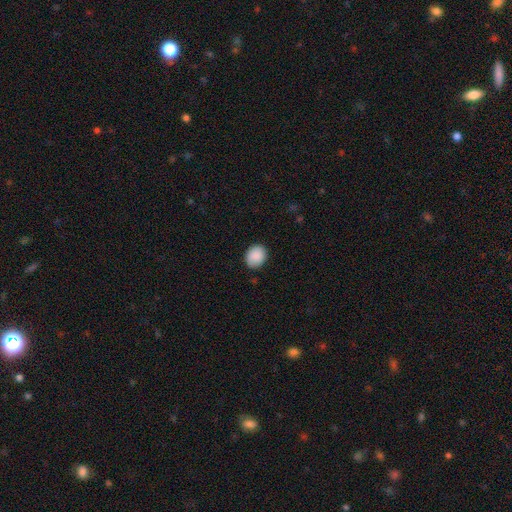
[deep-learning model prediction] Smooth or featured: smooth — 89% (star or artifact — 7%)
How rounded: round — 58% (in between — 41%)
Merging: none — 84% (minor disturbance — 13%)